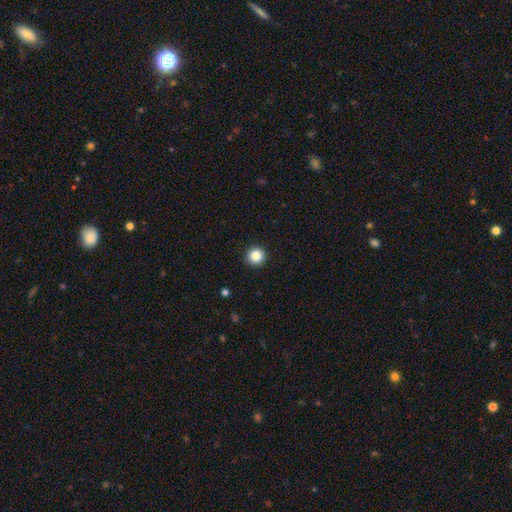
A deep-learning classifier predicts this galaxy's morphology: Smooth or featured?
  - smooth: 85% *
  - star or artifact: 11%
  - featured or disk: 4%
How rounded?
  - round: 96% *
  - in between: 3%
  - cigar-shaped: 1%
Merging?
  - none: 93% *
  - minor disturbance: 4%
  - major disturbance: 1%
  - merger: 1%